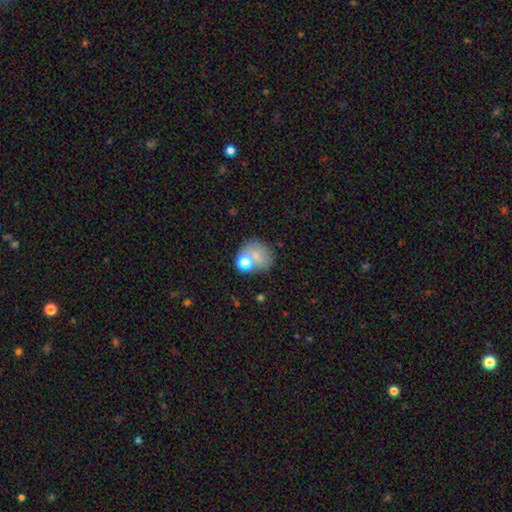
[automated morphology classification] This is likely a smooth galaxy (68%). How rounded: likely round (68%). Merging: marginally none (44%).